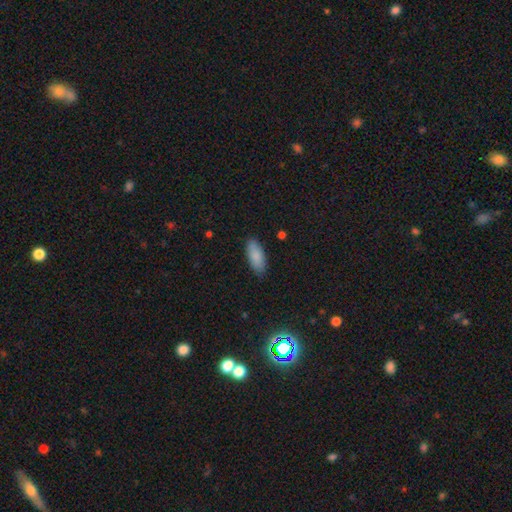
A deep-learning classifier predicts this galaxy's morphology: smooth_or_featured: smooth (p=0.86) [alt: featured or disk p=0.07]
how_rounded: in between (p=0.83) [alt: cigar-shaped p=0.15]
merging: none (p=0.84) [alt: minor disturbance p=0.12]